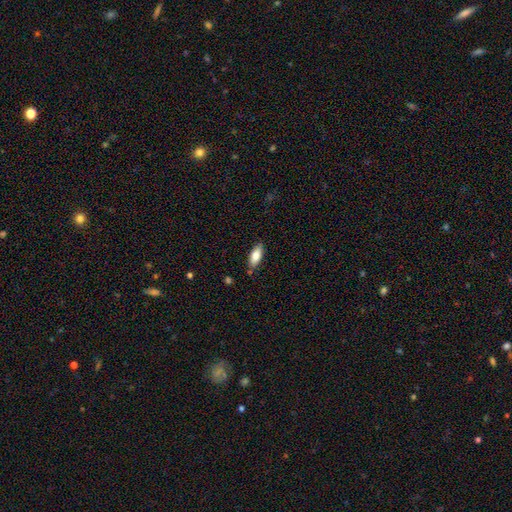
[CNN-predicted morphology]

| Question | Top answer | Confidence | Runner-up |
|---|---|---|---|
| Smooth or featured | smooth | 79% | featured or disk (15%) |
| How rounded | in between | 80% | cigar-shaped (18%) |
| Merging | none | 82% | minor disturbance (13%) |